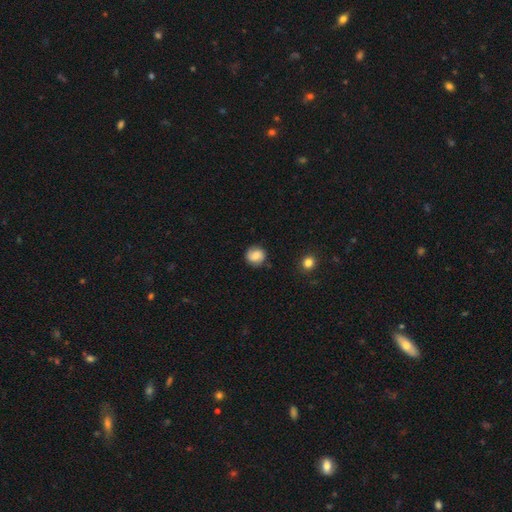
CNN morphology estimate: smooth-or-featured: smooth: 73% | featured or disk: 18% | star or artifact: 9%
  how-rounded: round: 85% | in between: 14% | cigar-shaped: 1%
  merging: none: 81% | minor disturbance: 14% | major disturbance: 3% | merger: 2%